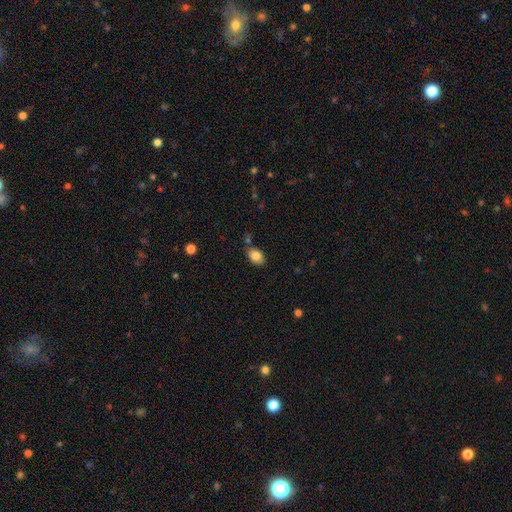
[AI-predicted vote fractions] This is clearly a smooth galaxy (83%). How rounded: clearly in between (82%). Merging: likely none (77%).